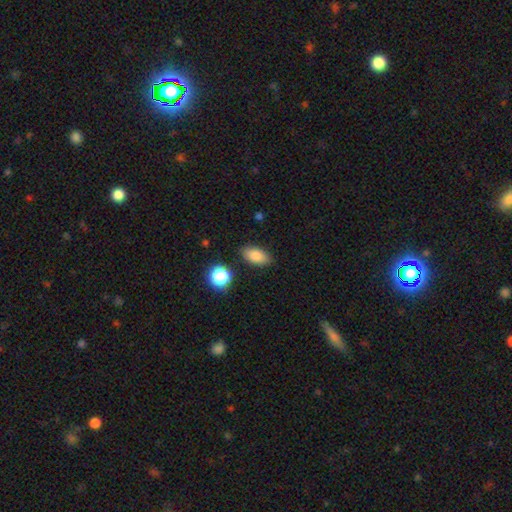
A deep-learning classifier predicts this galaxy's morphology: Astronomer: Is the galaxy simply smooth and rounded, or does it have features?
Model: smooth — 83%.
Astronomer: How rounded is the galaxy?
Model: in between — 89%.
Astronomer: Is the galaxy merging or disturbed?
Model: none — 85%.